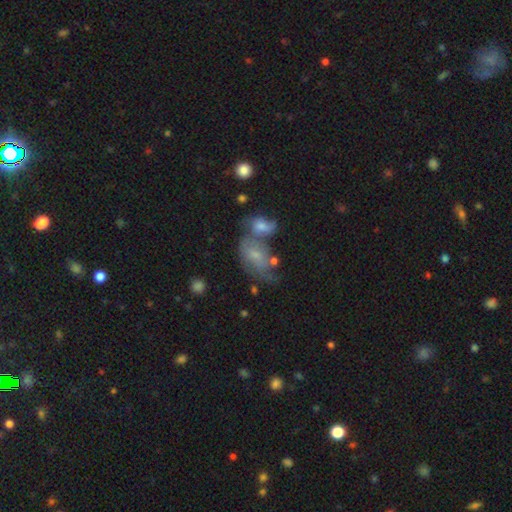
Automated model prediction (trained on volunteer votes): This is possibly a smooth galaxy (48%). Merging: marginally merger (42%).